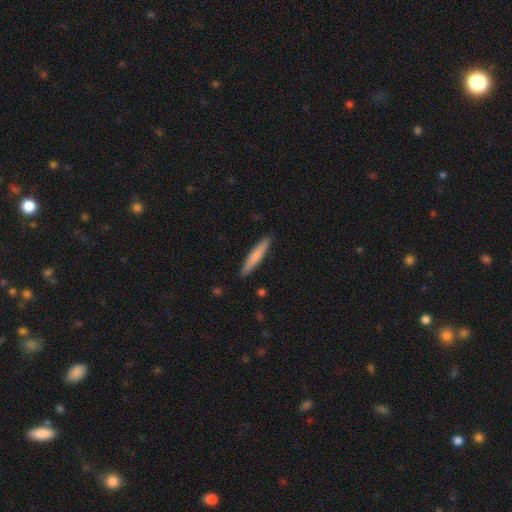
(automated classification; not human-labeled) This appears to be a smooth galaxy with no disk features (74%) that is cigar-shaped (93%). Merging: none (91%).